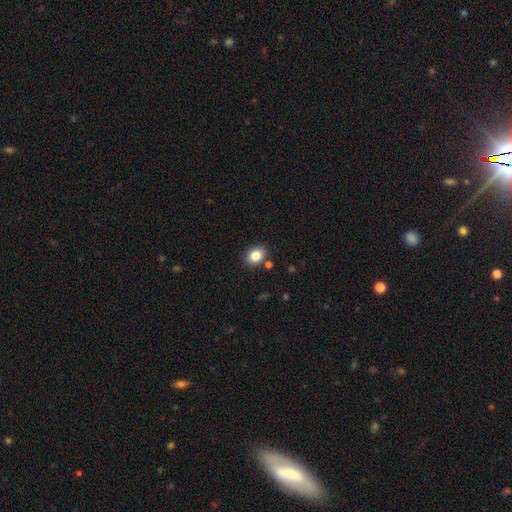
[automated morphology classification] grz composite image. It shows a smooth galaxy with no disk features (84%) that is in between round and cigar-shaped (68%). Merging: none (82%).